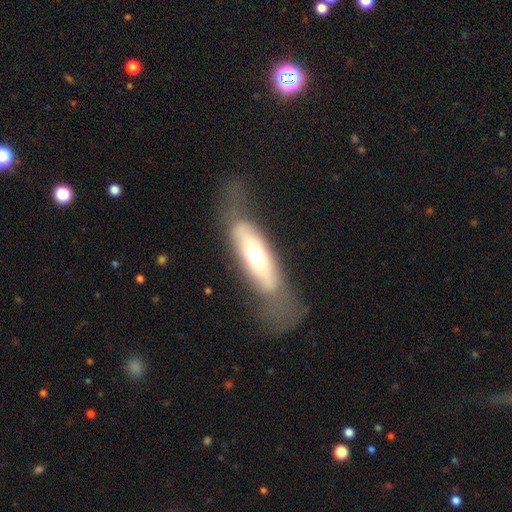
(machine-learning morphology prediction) smooth_or_featured: smooth (p=0.48) [alt: featured or disk p=0.45]
merging: none (p=0.47) [alt: major disturbance p=0.27]